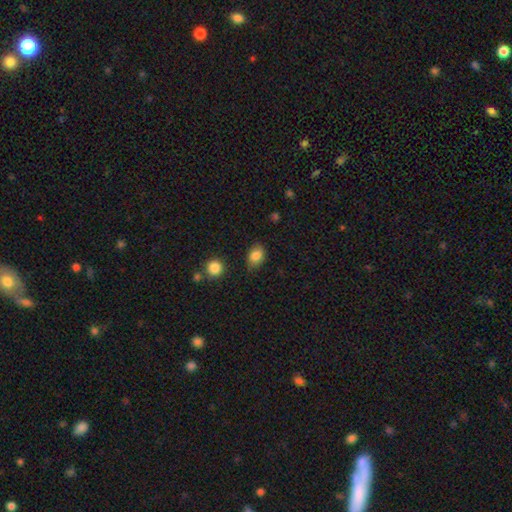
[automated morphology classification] Smooth or featured? Predicted: smooth (p=0.84). How rounded? Predicted: in between (p=0.71). Merging? Predicted: none (p=0.75).